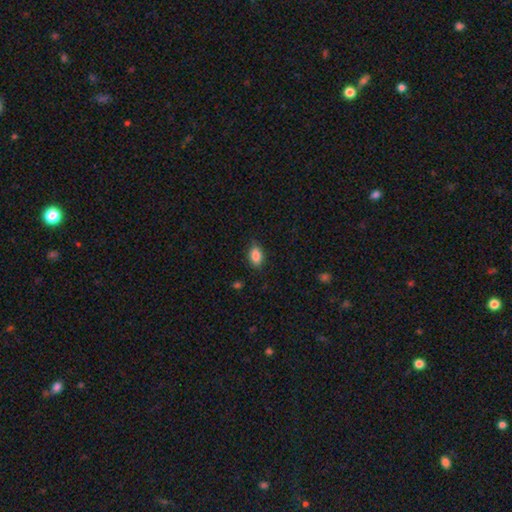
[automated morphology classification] This is clearly a smooth galaxy (86%). How rounded: clearly in between (86%). Merging: likely none (80%).